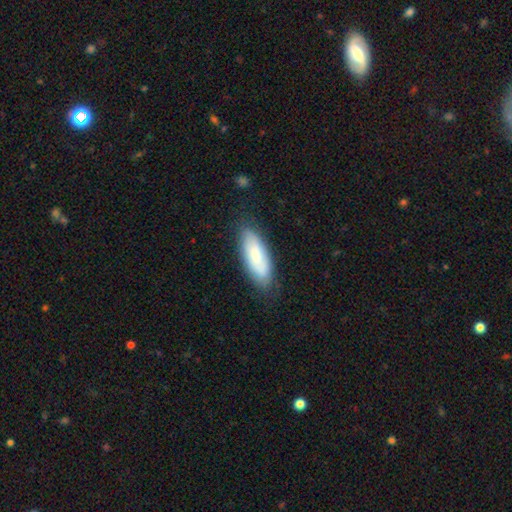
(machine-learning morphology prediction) This is likely a smooth galaxy (69%). How rounded: likely in between (73%). Merging: likely none (78%).